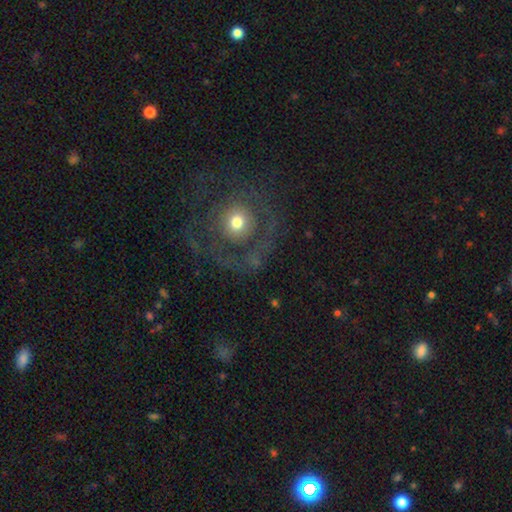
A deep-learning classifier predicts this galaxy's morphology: The model was most divided on "smooth or featured": featured or disk: 52%, smooth: 36%, star or artifact: 13%. More confident: edge-on disk — no (96%); merging — none (69%).